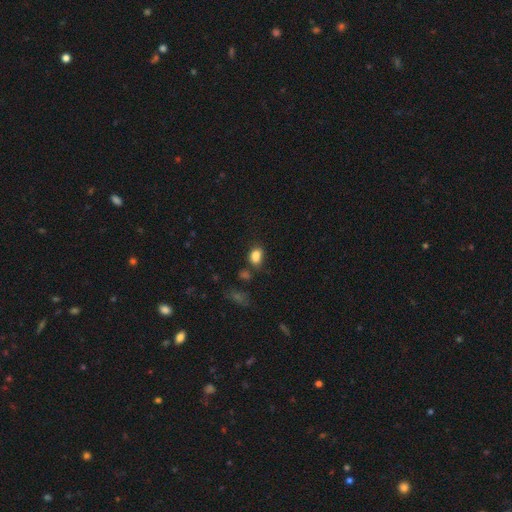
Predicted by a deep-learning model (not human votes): A smooth galaxy with no disk features (82%) that is in between round and cigar-shaped (71%). Merging: none (54%).